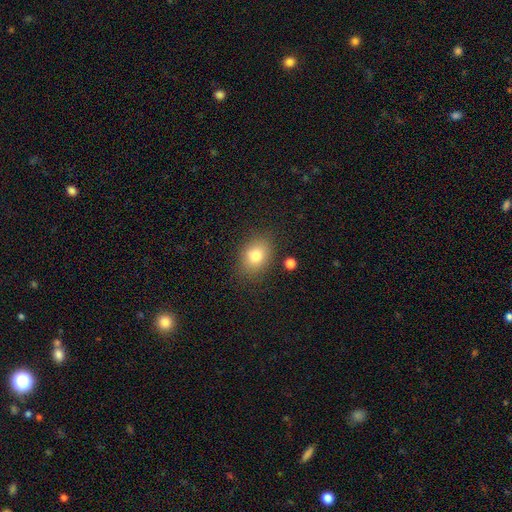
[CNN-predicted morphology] Q: Smooth or featured?
A: smooth (80%); runner-up: star or artifact (10%)
Q: How rounded?
A: in between (63%); runner-up: round (36%)
Q: Merging?
A: none (82%); runner-up: minor disturbance (12%)